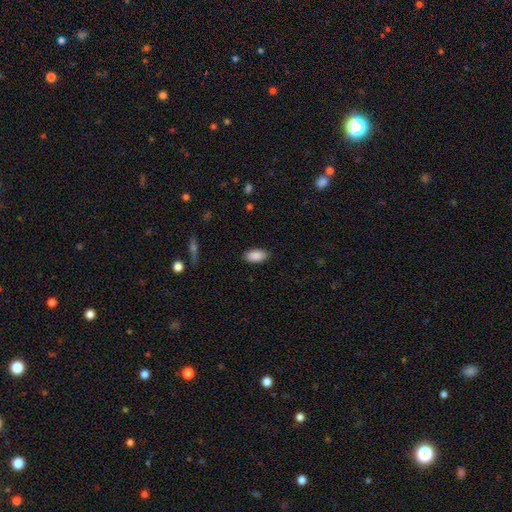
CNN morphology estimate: This appears to be a smooth galaxy with no disk features (89%) that is in between round and cigar-shaped (93%). Merging: none (88%).